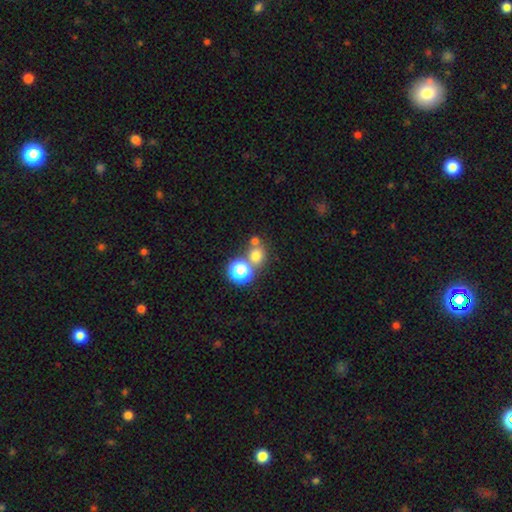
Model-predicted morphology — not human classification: A smooth galaxy with no disk features (68%) that is round (83%).

Vote fractions:
- Smooth or featured? smooth: 68% / star or artifact: 23% / featured or disk: 9%
- How rounded? round: 83% / in between: 16% / cigar-shaped: 1%
- Merging? none: 60% / merger: 29% / minor disturbance: 8% / major disturbance: 4%